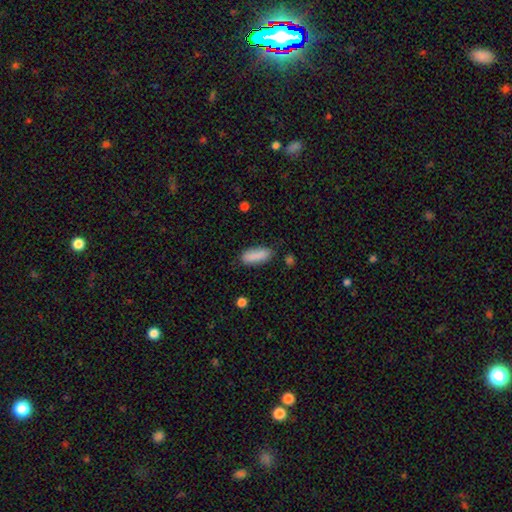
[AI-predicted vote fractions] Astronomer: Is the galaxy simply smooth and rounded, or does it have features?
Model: smooth — 88%.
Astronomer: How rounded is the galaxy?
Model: in between — 68%.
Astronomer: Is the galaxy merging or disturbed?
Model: none — 81%.